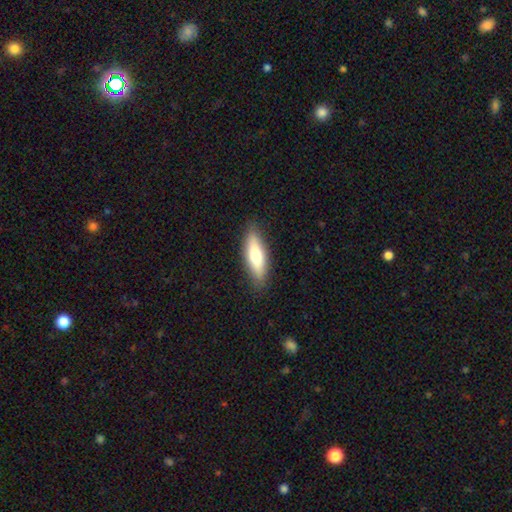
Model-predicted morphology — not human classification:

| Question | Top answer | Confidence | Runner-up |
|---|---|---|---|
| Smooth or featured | smooth | 66% | featured or disk (28%) |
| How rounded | in between | 51% | cigar-shaped (47%) |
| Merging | none | 87% | minor disturbance (10%) |